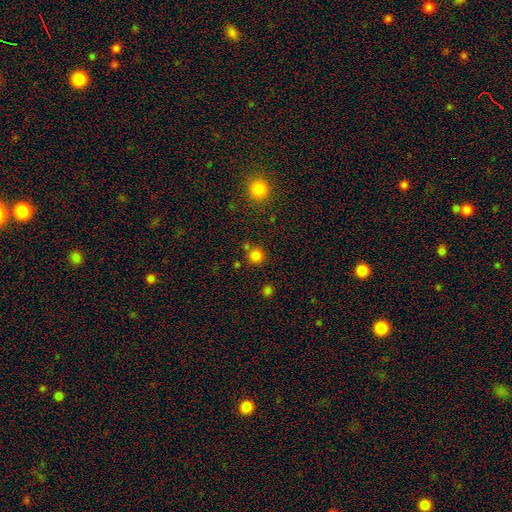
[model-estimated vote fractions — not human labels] Smooth or featured?
  - smooth: 81% *
  - star or artifact: 14%
  - featured or disk: 4%
How rounded?
  - round: 93% *
  - in between: 6%
  - cigar-shaped: 1%
Merging?
  - none: 77% *
  - merger: 12%
  - minor disturbance: 8%
  - major disturbance: 3%